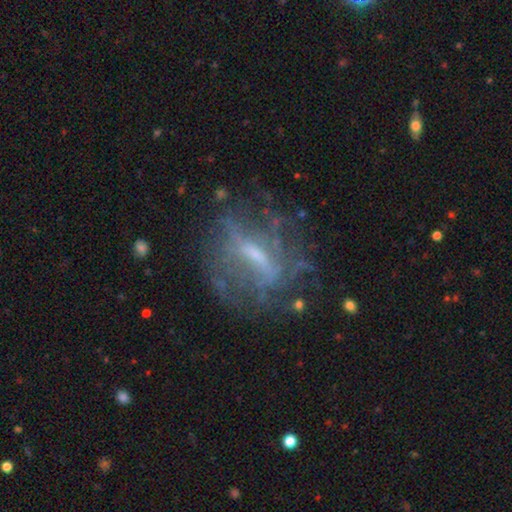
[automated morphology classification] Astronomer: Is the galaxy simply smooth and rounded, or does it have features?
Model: featured or disk — 72%.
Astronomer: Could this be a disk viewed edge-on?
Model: no — 83%.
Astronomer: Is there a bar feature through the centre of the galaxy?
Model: strong — 42% (runner-up: weak, 37%).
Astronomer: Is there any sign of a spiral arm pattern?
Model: no — 52% (runner-up: yes, 48%).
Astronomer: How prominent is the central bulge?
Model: small — 46% (runner-up: moderate, 32%).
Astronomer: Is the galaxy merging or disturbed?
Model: none — 62%.